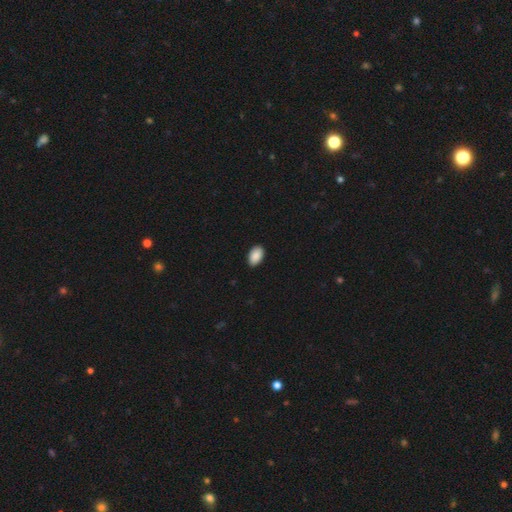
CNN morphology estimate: Q: Smooth or featured?
A: smooth (91%); runner-up: star or artifact (7%)
Q: How rounded?
A: in between (93%); runner-up: round (6%)
Q: Merging?
A: none (89%); runner-up: minor disturbance (8%)